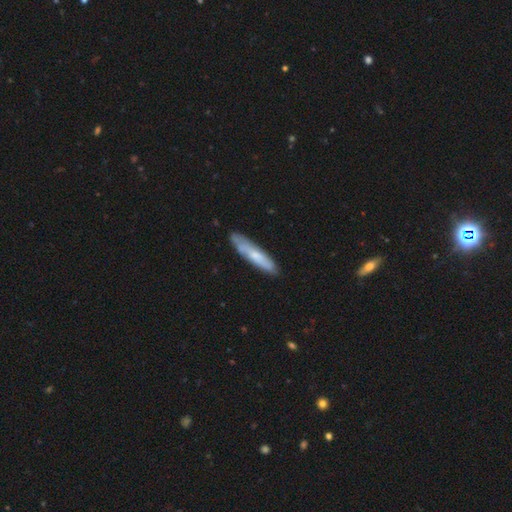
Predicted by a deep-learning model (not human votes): This appears to be a smooth galaxy with no disk features (57%) that is cigar-shaped (86%). Merging: none (80%).